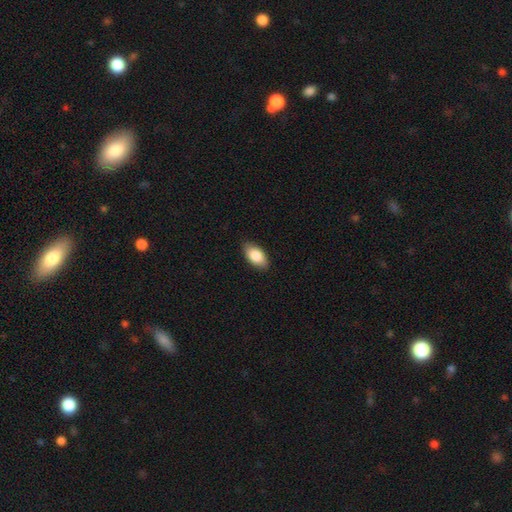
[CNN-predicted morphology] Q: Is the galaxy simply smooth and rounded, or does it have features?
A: smooth — 85%.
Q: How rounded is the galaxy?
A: in between — 93%.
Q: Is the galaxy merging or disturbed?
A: none — 85%.